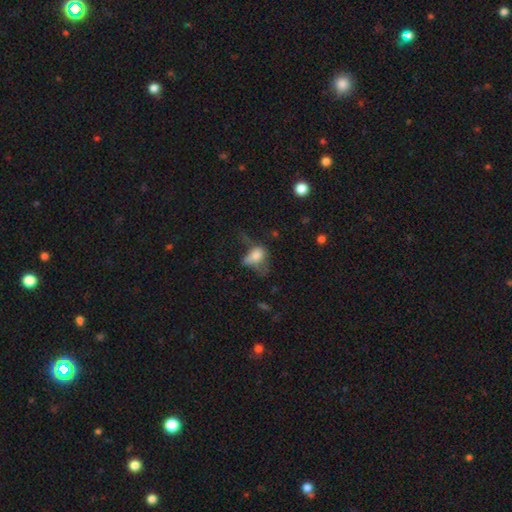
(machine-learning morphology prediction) A smooth galaxy with no disk features (66%) that is in between round and cigar-shaped (73%). Merging: major disturbance (47%).